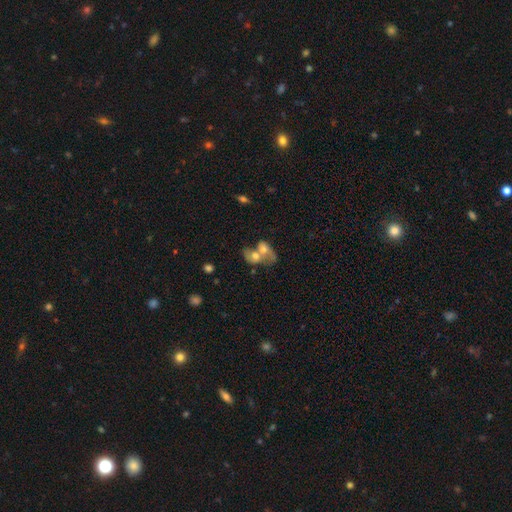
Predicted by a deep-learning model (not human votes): The model was most divided on "smooth or featured": smooth: 54%, featured or disk: 36%, star or artifact: 10%. More confident: merging — merger (78%); how rounded — in between (64%).